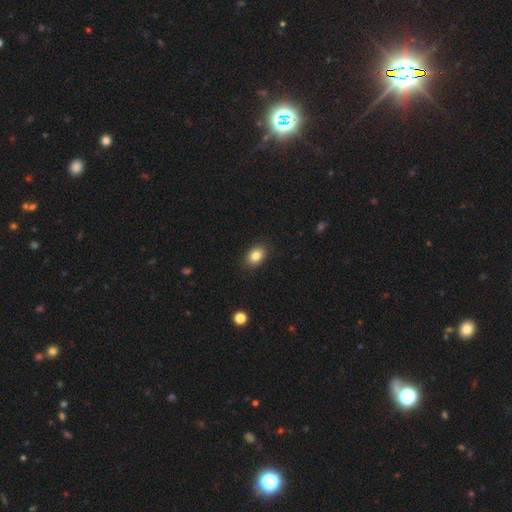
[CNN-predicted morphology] smooth_or_featured: smooth (p=0.84) [alt: star or artifact p=0.09]
how_rounded: in between (p=0.74) [alt: round p=0.25]
merging: none (p=0.87) [alt: minor disturbance p=0.09]